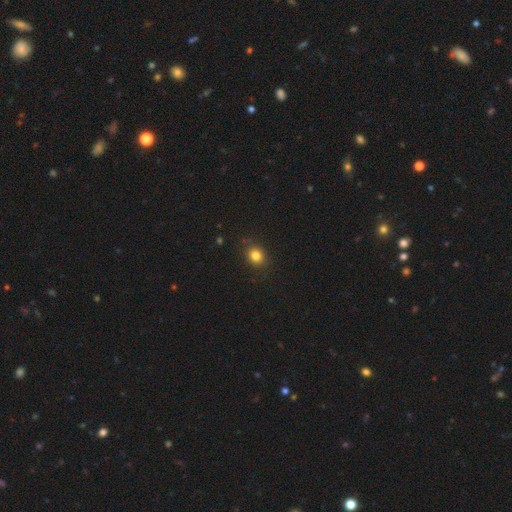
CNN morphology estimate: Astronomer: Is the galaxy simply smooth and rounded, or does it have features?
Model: smooth — 82%.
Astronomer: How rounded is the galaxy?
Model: round — 66%.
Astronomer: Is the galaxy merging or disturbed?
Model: none — 84%.